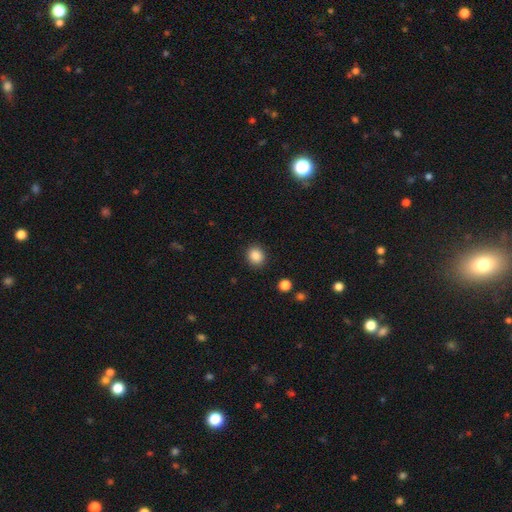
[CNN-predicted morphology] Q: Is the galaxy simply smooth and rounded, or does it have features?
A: smooth — 87%.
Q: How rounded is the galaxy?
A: round — 76%.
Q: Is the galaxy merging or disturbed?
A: none — 89%.